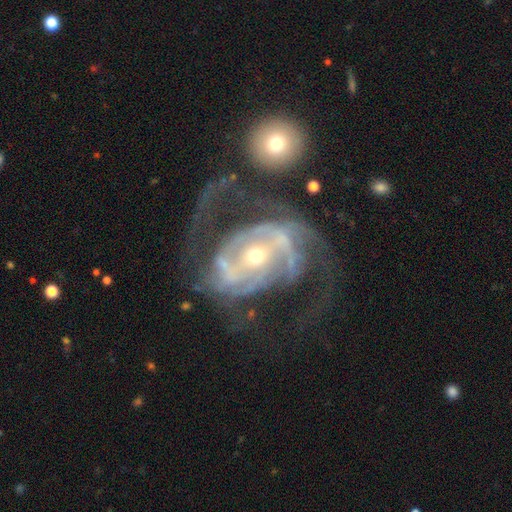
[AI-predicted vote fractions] A featured or disk galaxy (90%) with a strong bar (35%), 2 (54%) medium (48%) spiral arms (94%) and a small central bulge (54%).

Vote fractions:
- Smooth or featured? featured or disk: 90% / star or artifact: 6% / smooth: 5%
- Edge-on disk? no: 97% / yes: 3%
- Bar? strong: 35% / no: 33% / weak: 32%
- Spiral arms? yes: 94% / no: 6%
- Spiral winding? medium: 48% / tight: 31% / loose: 22%
- Spiral arm count? 2: 54% / 3: 16% / can't tell: 16% / 4: 5% / 1: 5% / more than 4: 4%
- Bulge size? small: 54% / moderate: 41% / large: 2% / none: 1% / dominant: 1%
- Merging? none: 40% / major disturbance: 37% / minor disturbance: 15% / merger: 7%